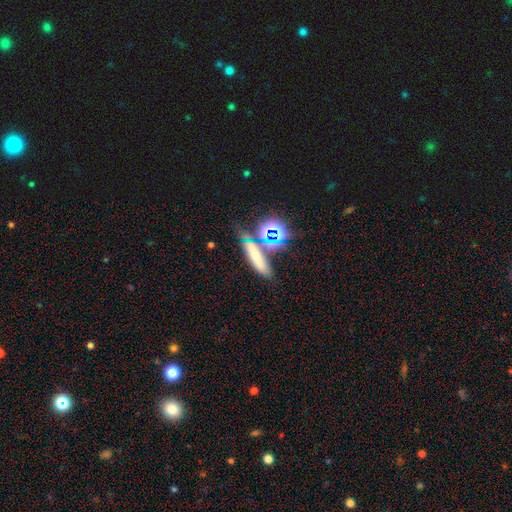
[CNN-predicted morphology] A smooth galaxy with no disk features (54%) that is cigar-shaped (56%).

Vote fractions:
- Smooth or featured? smooth: 54% / star or artifact: 27% / featured or disk: 19%
- How rounded? cigar-shaped: 56% / in between: 29% / round: 16%
- Merging? none: 56% / merger: 20% / minor disturbance: 16% / major disturbance: 8%